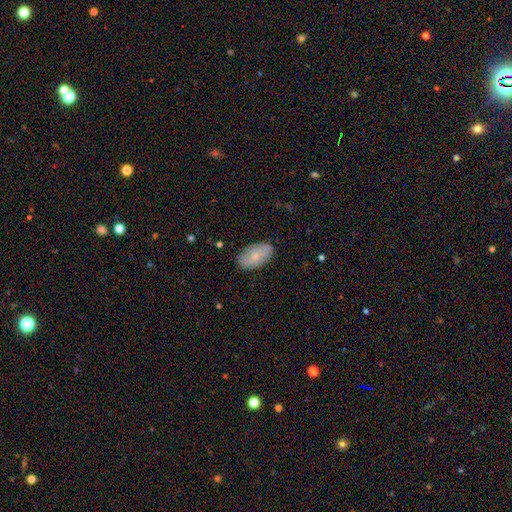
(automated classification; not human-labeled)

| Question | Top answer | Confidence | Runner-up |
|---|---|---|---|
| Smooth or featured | smooth | 62% | featured or disk (32%) |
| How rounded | in between | 93% | round (6%) |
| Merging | none | 83% | minor disturbance (13%) |